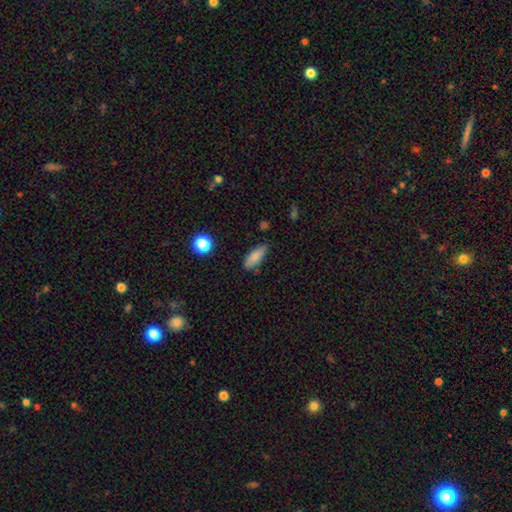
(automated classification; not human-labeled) smooth_or_featured: smooth (p=0.83) [alt: featured or disk p=0.09]
how_rounded: in between (p=0.68) [alt: cigar-shaped p=0.29]
merging: none (p=0.73) [alt: minor disturbance p=0.21]